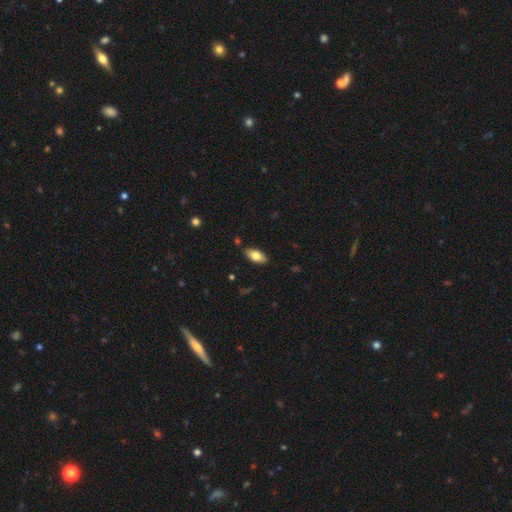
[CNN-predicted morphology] smooth_or_featured: smooth (p=0.76) [alt: featured or disk p=0.18]
how_rounded: in between (p=0.89) [alt: cigar-shaped p=0.08]
merging: none (p=0.86) [alt: minor disturbance p=0.11]